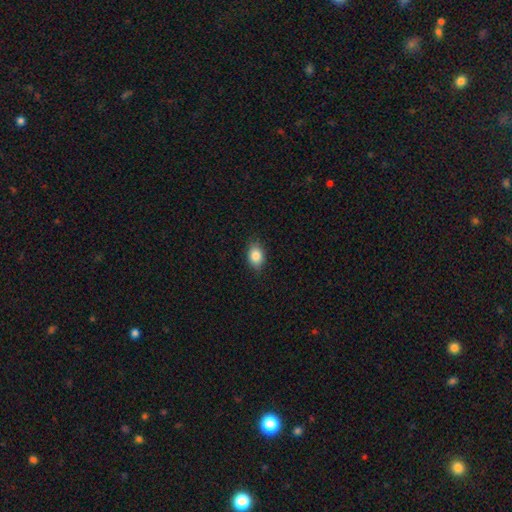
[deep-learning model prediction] Morphology: type=smooth (85%); roundness=in between (79%); merging=none (83%).